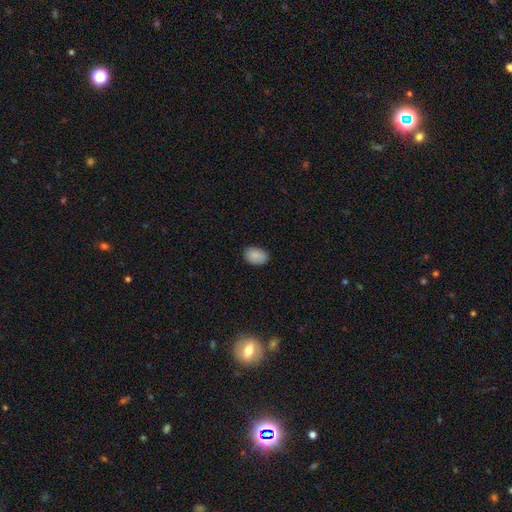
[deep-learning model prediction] smooth-or-featured: smooth: 89% | star or artifact: 8% | featured or disk: 4%
  how-rounded: in between: 83% | round: 16% | cigar-shaped: 1%
  merging: none: 84% | minor disturbance: 12% | major disturbance: 2% | merger: 1%